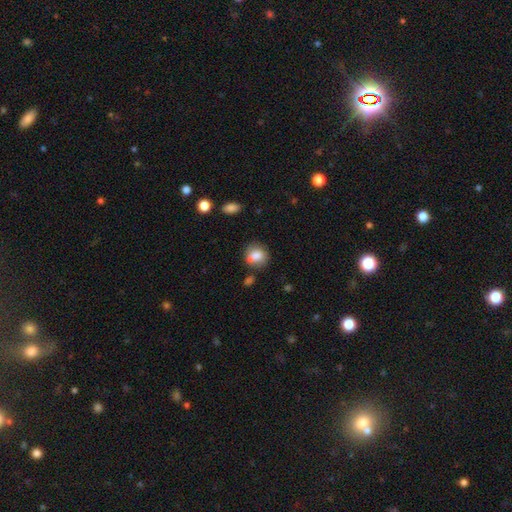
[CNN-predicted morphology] This is likely a smooth galaxy (78%). How rounded: likely round (79%). Merging: likely none (70%).